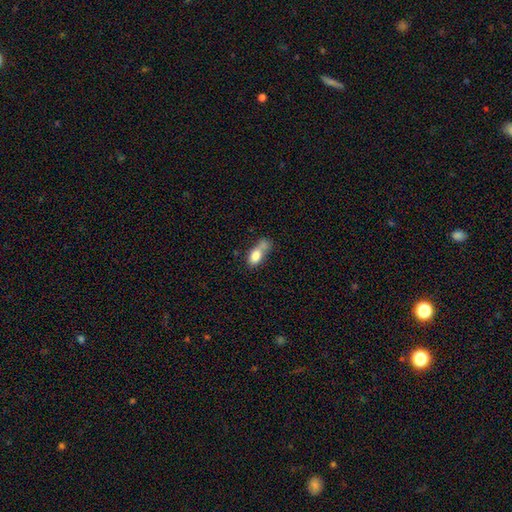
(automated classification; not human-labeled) Smooth or featured?
  - smooth: 78% *
  - featured or disk: 14%
  - star or artifact: 8%
How rounded?
  - in between: 82% *
  - round: 10%
  - cigar-shaped: 8%
Merging?
  - merger: 40% *
  - none: 25%
  - minor disturbance: 20%
  - major disturbance: 15%